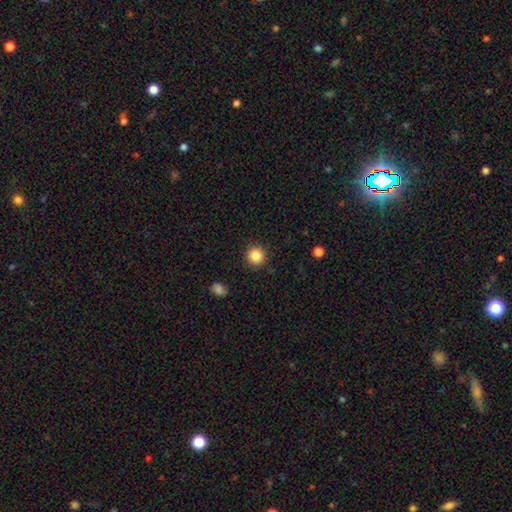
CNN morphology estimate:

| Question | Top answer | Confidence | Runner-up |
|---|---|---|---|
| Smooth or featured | smooth | 86% | star or artifact (10%) |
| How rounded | round | 94% | in between (5%) |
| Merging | none | 91% | minor disturbance (6%) |